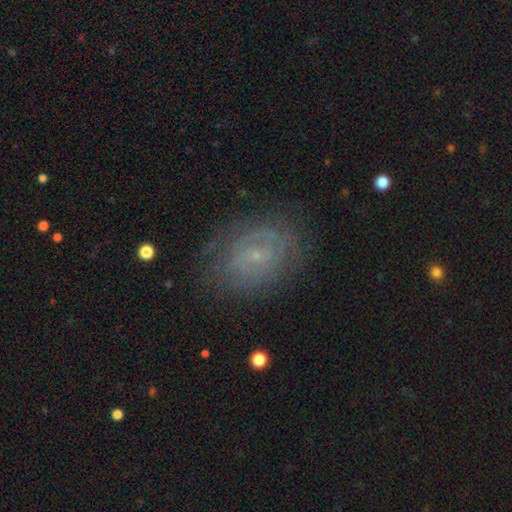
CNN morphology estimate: Smooth or featured: featured or disk — 56% (smooth — 31%)
Edge-on disk: no — 96% (yes — 4%)
Bar: no — 62% (weak — 31%)
Spiral arms: yes — 67% (no — 33%)
Bulge size: small — 76% (moderate — 13%)
Merging: none — 75% (minor disturbance — 16%)